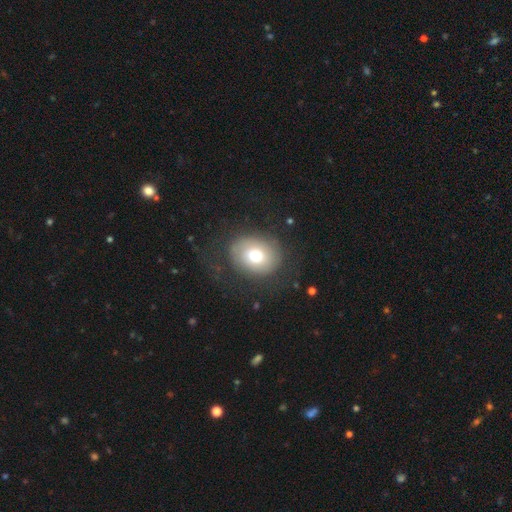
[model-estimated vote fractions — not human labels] Smooth or featured? smooth (68%)
How rounded? round (56%)
Merging? none (75%)